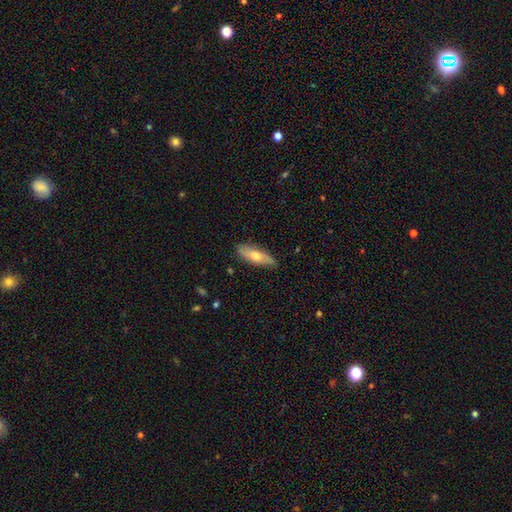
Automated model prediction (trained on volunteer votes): Overall: smooth (53%; featured or disk 40%). How rounded: in between (50%; cigar-shaped 48%). Merging: none (81%).